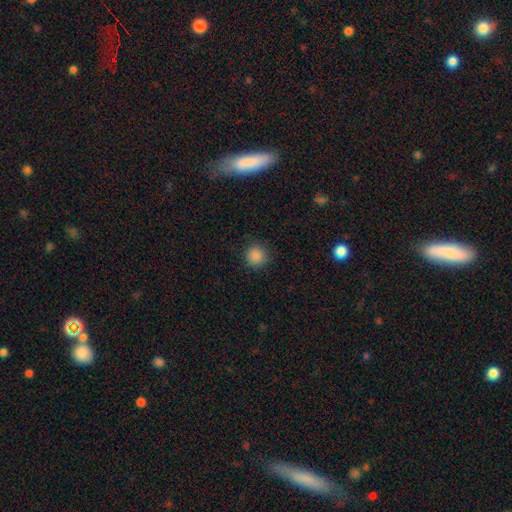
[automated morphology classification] type=smooth (87%); roundness=round (94%); merging=none (90%).